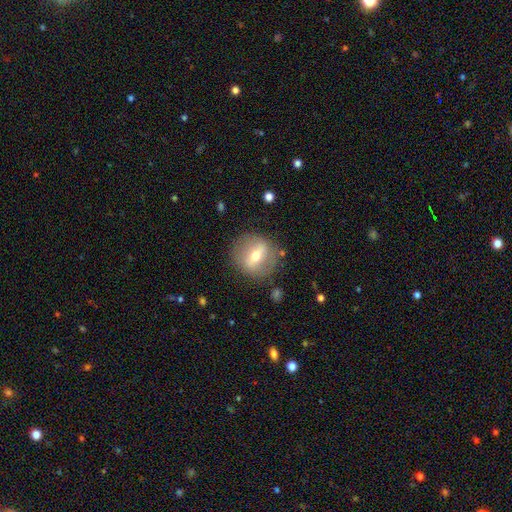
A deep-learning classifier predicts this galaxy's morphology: Smooth or featured? Predicted: featured or disk (p=0.56). Edge-on disk? Predicted: no (p=0.80). Merging? Predicted: none (p=0.81).